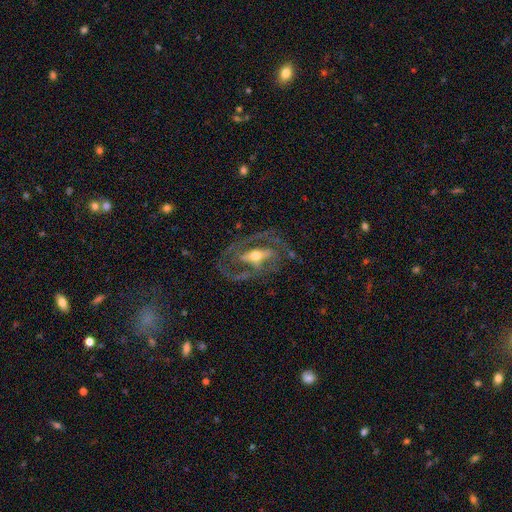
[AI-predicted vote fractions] This is clearly a featured or disk galaxy (84%). It is clearly not viewed edge-on (89%). Bar: possibly strong (57%). Spiral arm pattern: likely yes (77%). Spiral arm count: likely 2 (77%). Spiral winding: possibly medium (48%). Central bulge: likely moderate (67%). Merging: likely none (65%).